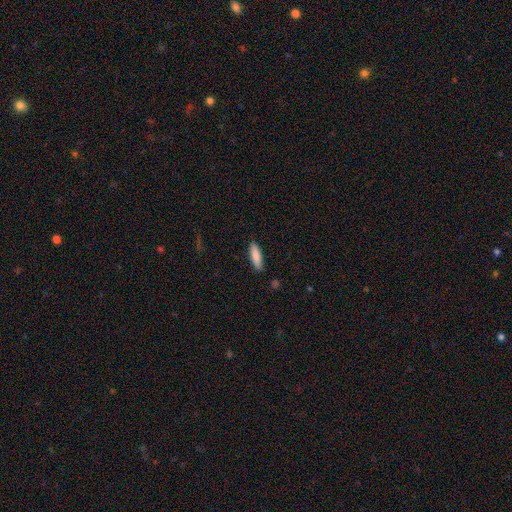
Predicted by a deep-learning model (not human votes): smooth-or-featured: smooth: 86% | featured or disk: 8% | star or artifact: 6%
  how-rounded: cigar-shaped: 60% | in between: 38% | round: 1%
  merging: none: 88% | minor disturbance: 9% | major disturbance: 2% | merger: 1%